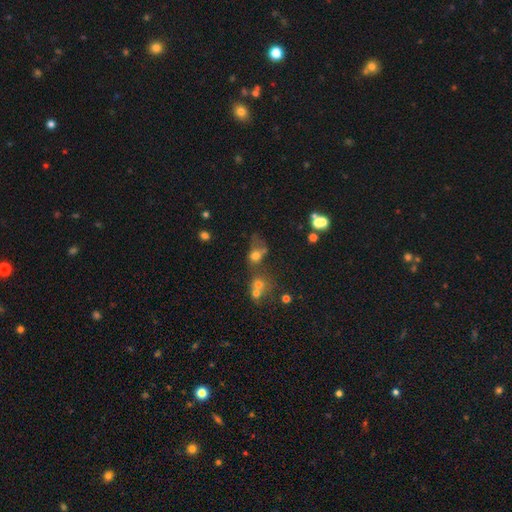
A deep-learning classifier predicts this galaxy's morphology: This is likely a smooth galaxy (60%). How rounded: possibly in between (50%). Merging: marginally merger (40%).